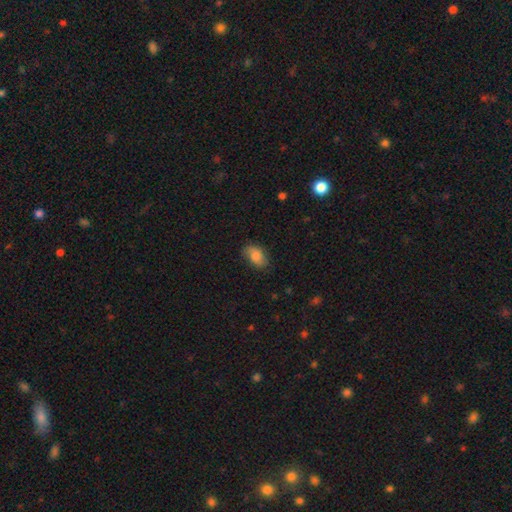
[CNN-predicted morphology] Smooth or featured? smooth (72%)
How rounded? in between (88%)
Merging? none (70%)